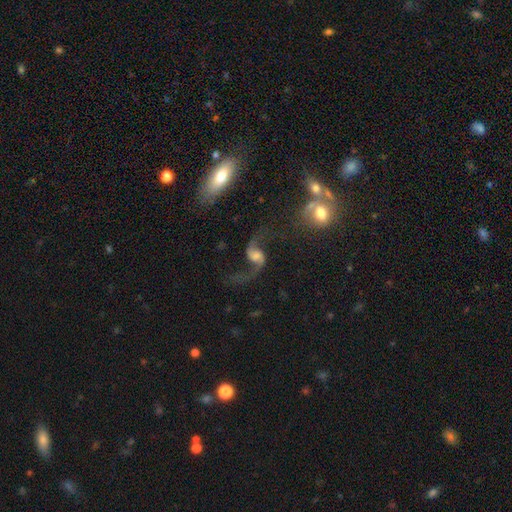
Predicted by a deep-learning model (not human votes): smooth_or_featured: featured or disk (p=0.88) [alt: star or artifact p=0.06]
disk_edge_on: no (p=0.97) [alt: yes p=0.03]
bar: no (p=0.47) [alt: weak p=0.40]
has_spiral_arms: yes (p=0.97) [alt: no p=0.03]
spiral_winding: loose (p=0.89) [alt: medium p=0.09]
spiral_arm_count: 2 (p=0.94) [alt: 1 p=0.02]
bulge_size: moderate (p=0.34) [alt: small p=0.29]
merging: none (p=0.68) [alt: major disturbance p=0.15]